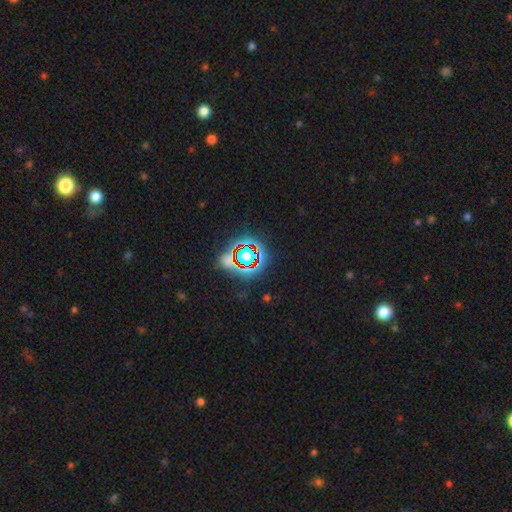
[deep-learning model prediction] This is likely a star or artifact rather than a galaxy (70%).